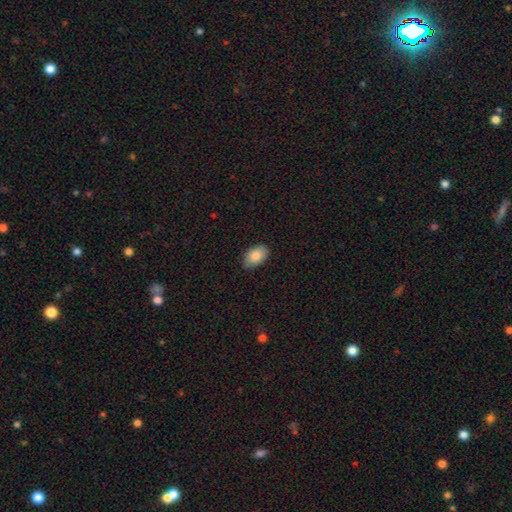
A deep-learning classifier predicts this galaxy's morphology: A smooth galaxy with no disk features (87%) that is in between round and cigar-shaped (92%).

Vote fractions:
- Smooth or featured? smooth: 87% / featured or disk: 7% / star or artifact: 7%
- How rounded? in between: 92% / round: 7% / cigar-shaped: 1%
- Merging? none: 80% / minor disturbance: 17% / major disturbance: 2% / merger: 1%